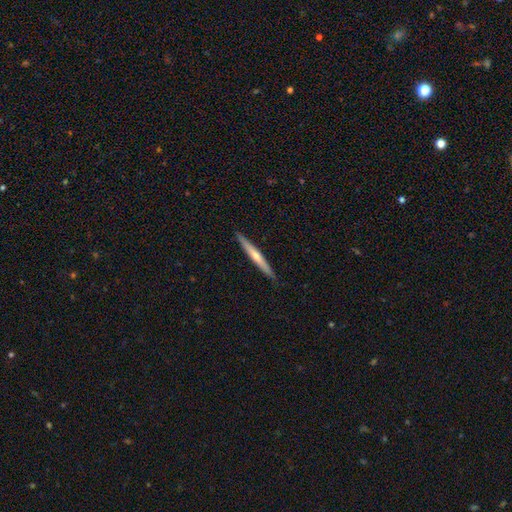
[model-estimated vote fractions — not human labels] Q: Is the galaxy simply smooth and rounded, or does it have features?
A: featured or disk — 59%.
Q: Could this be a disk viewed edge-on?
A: yes — 97%.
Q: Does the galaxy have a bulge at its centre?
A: rounded — 70%.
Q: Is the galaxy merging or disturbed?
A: none — 92%.